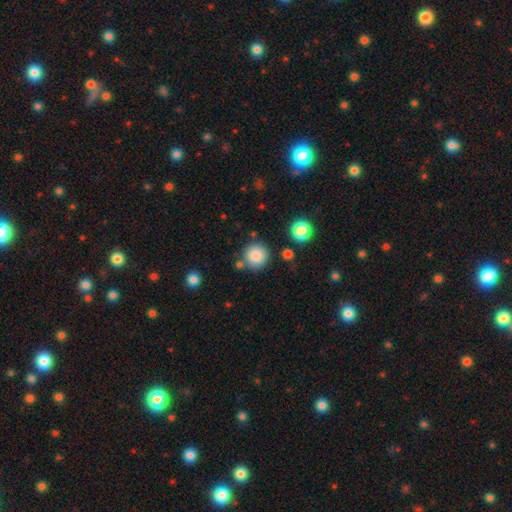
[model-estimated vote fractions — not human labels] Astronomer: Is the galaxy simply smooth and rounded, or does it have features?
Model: smooth — 85%.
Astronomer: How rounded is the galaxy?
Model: round — 94%.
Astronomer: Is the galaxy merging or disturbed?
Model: none — 80%.